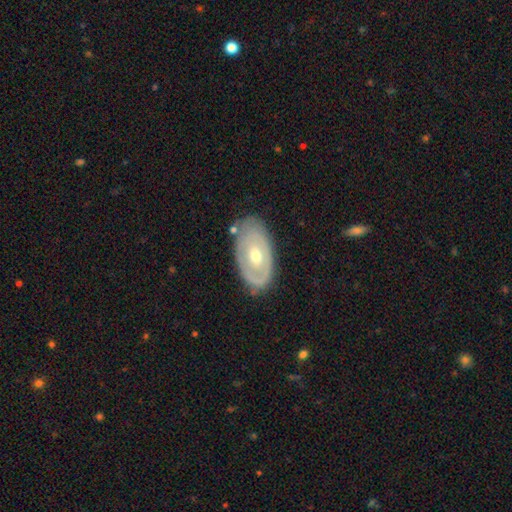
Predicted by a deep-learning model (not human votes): Smooth or featured? Predicted: featured or disk (p=0.65). Edge-on disk? Predicted: no (p=0.90). Bar? Predicted: no (p=0.77). Spiral arms? Predicted: no (p=0.61). Bulge size? Predicted: moderate (p=0.60). Merging? Predicted: none (p=0.74).